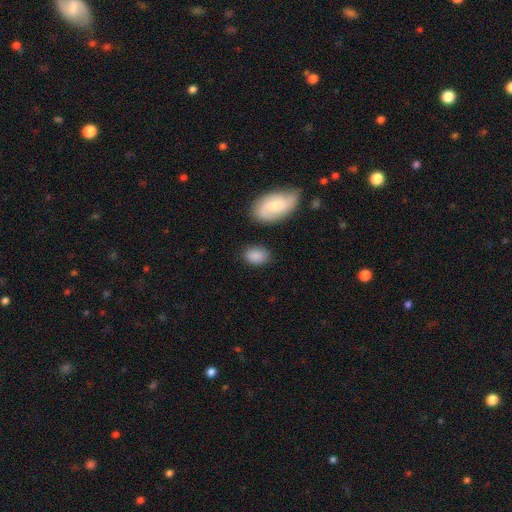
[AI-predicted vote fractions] smooth_or_featured: smooth (p=0.86) [alt: featured or disk p=0.07]
how_rounded: in between (p=0.81) [alt: round p=0.17]
merging: none (p=0.77) [alt: minor disturbance p=0.14]